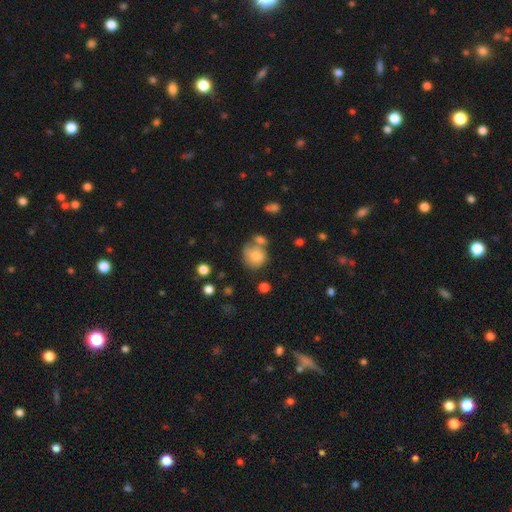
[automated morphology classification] This is likely a smooth galaxy (70%). How rounded: likely round (73%). Merging: marginally none (38%).